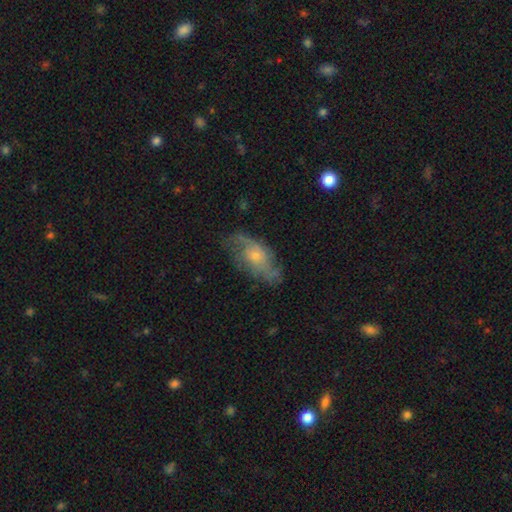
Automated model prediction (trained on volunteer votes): Smooth or featured?
  - featured or disk: 68% *
  - smooth: 24%
  - star or artifact: 7%
Edge-on disk?
  - no: 91% *
  - yes: 9%
Bar?
  - no: 75% *
  - weak: 22%
  - strong: 3%
Spiral arms?
  - yes: 84% *
  - no: 16%
Spiral winding?
  - medium: 41% *
  - loose: 39%
  - tight: 20%
Spiral arm count?
  - 2: 62% *
  - can't tell: 22%
  - 3: 7%
  - 1: 4%
  - 4: 3%
  - more than 4: 2%
Bulge size?
  - small: 63% *
  - moderate: 30%
  - none: 4%
  - large: 2%
  - dominant: 1%
Merging?
  - none: 66% *
  - minor disturbance: 22%
  - major disturbance: 10%
  - merger: 2%